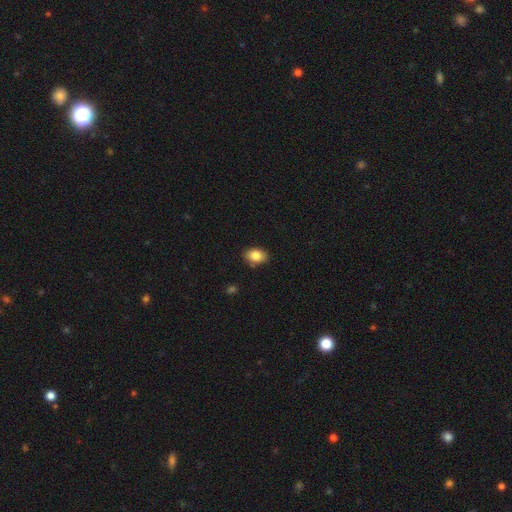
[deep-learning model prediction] A smooth galaxy with no disk features (83%) that is in between round and cigar-shaped (82%).

Vote fractions:
- Smooth or featured? smooth: 83% / featured or disk: 9% / star or artifact: 8%
- How rounded? in between: 82% / round: 17% / cigar-shaped: 1%
- Merging? none: 84% / minor disturbance: 12% / major disturbance: 2% / merger: 2%